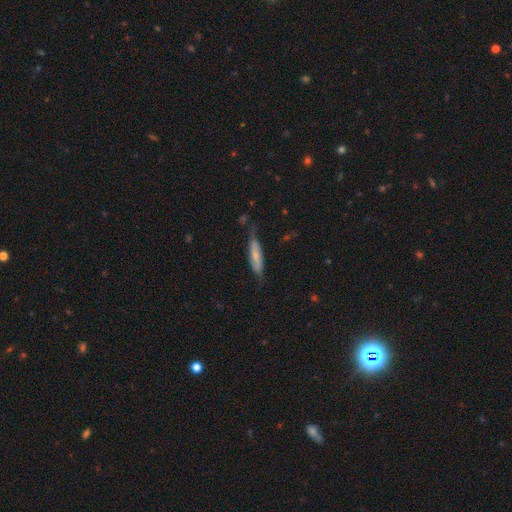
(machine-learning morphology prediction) This appears to be a smooth galaxy with no disk features (56%) that is cigar-shaped (72%). Merging: none (63%).